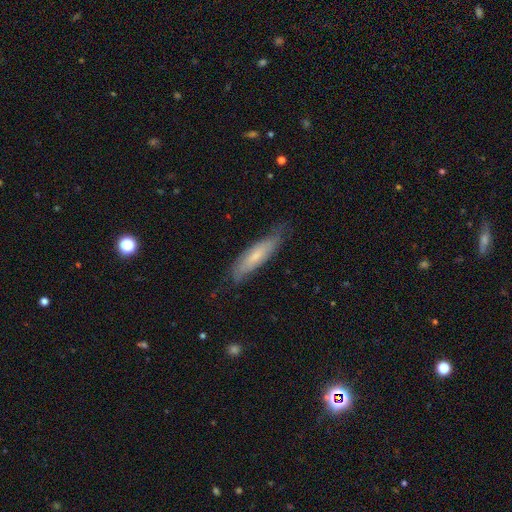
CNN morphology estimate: smooth-or-featured: smooth: 52% | featured or disk: 41% | star or artifact: 7%
  how-rounded: cigar-shaped: 71% | in between: 27% | round: 2%
  merging: none: 72% | minor disturbance: 21% | major disturbance: 5% | merger: 1%